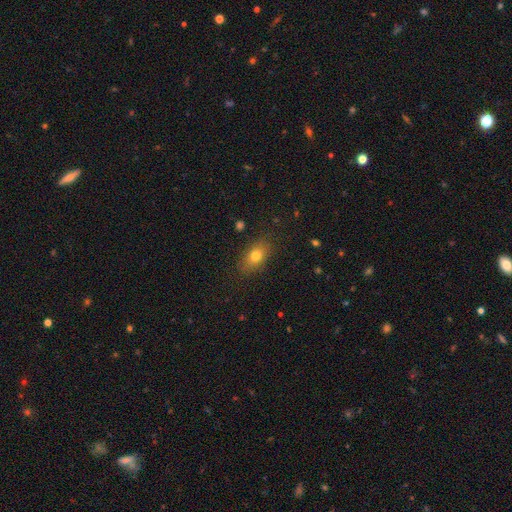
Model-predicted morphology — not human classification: type=smooth (77%); roundness=in between (82%); merging=none (83%).